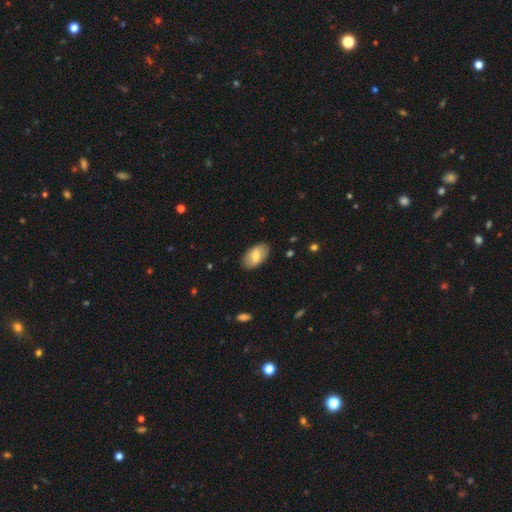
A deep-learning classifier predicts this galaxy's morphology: The model was most divided on "smooth or featured": smooth: 64%, featured or disk: 30%, star or artifact: 6%. More confident: how rounded — in between (94%); merging — none (86%).